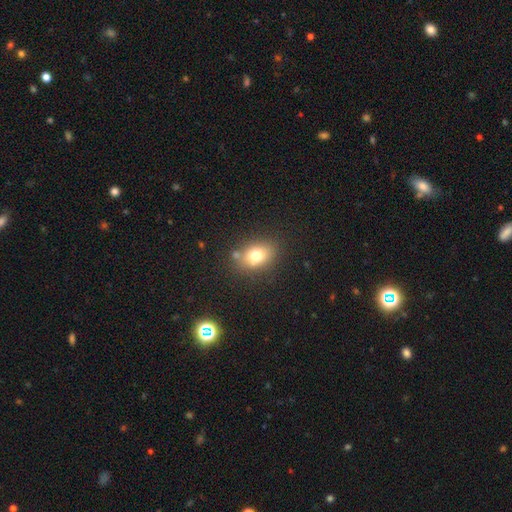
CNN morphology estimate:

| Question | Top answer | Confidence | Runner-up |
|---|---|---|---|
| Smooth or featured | smooth | 75% | featured or disk (13%) |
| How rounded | in between | 67% | round (32%) |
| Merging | none | 73% | minor disturbance (15%) |